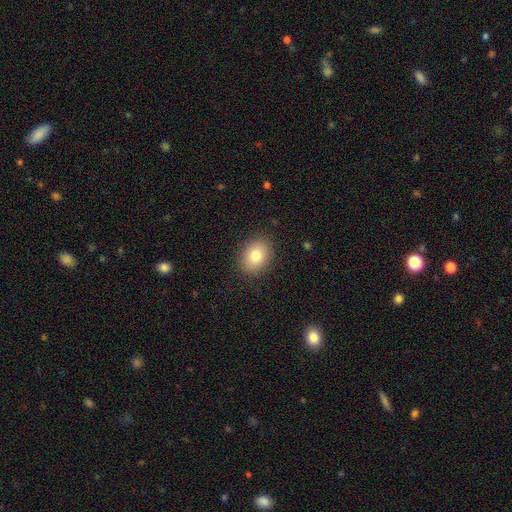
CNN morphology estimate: A smooth galaxy with no disk features (80%) that is in between round and cigar-shaped (60%).

Vote fractions:
- Smooth or featured? smooth: 80% / featured or disk: 11% / star or artifact: 9%
- How rounded? in between: 60% / round: 39% / cigar-shaped: 1%
- Merging? none: 89% / minor disturbance: 8% / major disturbance: 2% / merger: 1%